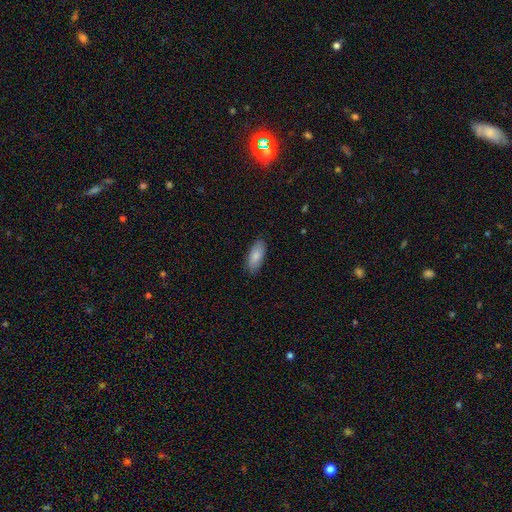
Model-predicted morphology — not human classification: smooth_or_featured: smooth (p=0.83) [alt: featured or disk p=0.11]
how_rounded: in between (p=0.85) [alt: cigar-shaped p=0.13]
merging: none (p=0.86) [alt: minor disturbance p=0.11]